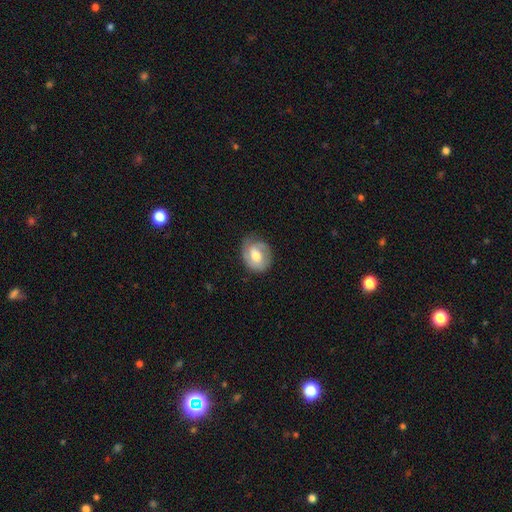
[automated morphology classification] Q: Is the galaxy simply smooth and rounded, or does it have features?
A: featured or disk — 55%.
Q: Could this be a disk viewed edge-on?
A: no — 96%.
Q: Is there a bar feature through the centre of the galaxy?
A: weak — 44%.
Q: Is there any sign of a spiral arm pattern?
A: yes — 76%.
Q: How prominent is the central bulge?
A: moderate — 69%.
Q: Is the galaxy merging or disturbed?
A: none — 68%.